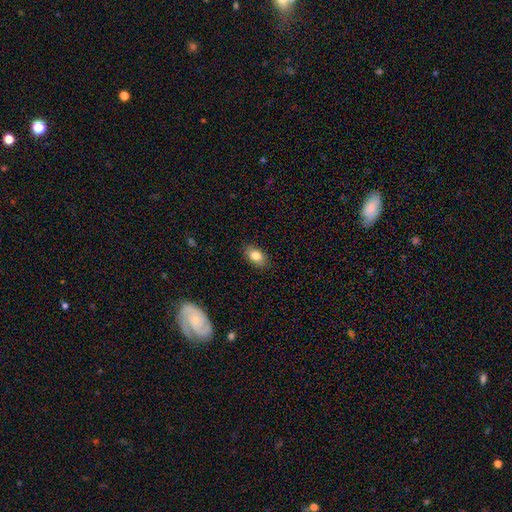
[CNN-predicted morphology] Smooth or featured?
  - smooth: 81% *
  - featured or disk: 11%
  - star or artifact: 8%
How rounded?
  - in between: 86% *
  - round: 12%
  - cigar-shaped: 2%
Merging?
  - none: 86% *
  - minor disturbance: 10%
  - major disturbance: 2%
  - merger: 1%